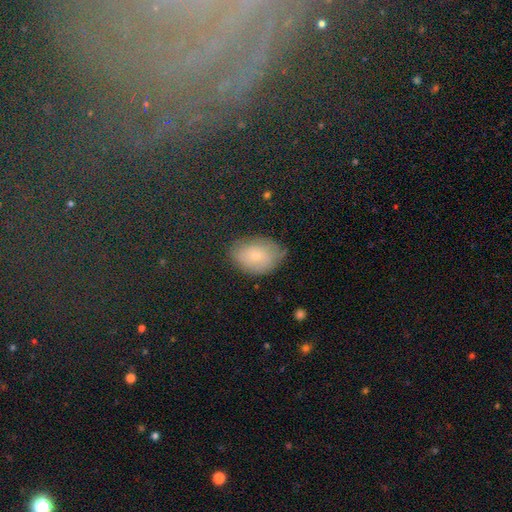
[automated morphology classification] The model was most divided on "smooth or featured": smooth: 62%, featured or disk: 26%, star or artifact: 13%. More confident: how rounded — in between (83%); merging — none (66%).